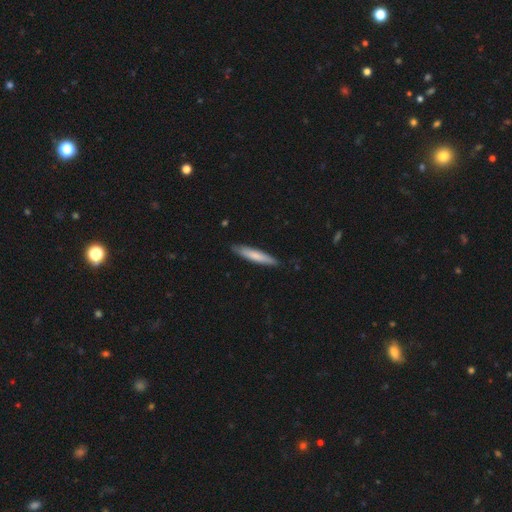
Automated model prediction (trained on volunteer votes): The model was most divided on "smooth or featured": smooth: 74%, featured or disk: 21%, star or artifact: 5%. More confident: how rounded — cigar-shaped (90%); merging — none (86%).